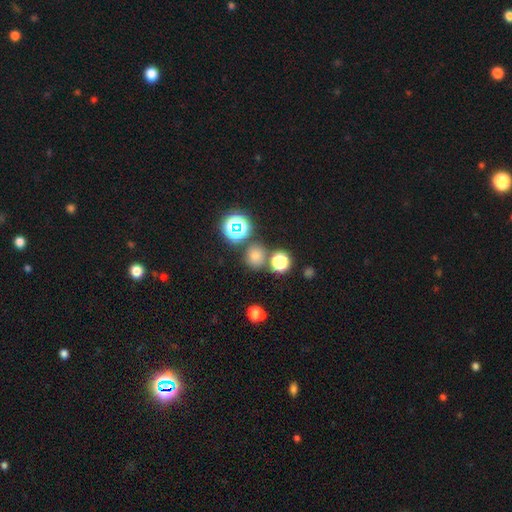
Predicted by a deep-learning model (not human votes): This is likely a smooth galaxy (67%). How rounded: clearly round (82%). Merging: likely none (73%).